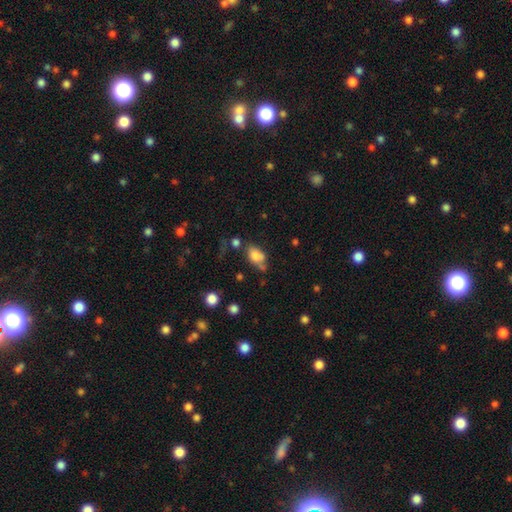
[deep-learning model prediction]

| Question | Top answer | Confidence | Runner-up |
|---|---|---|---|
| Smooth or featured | smooth | 76% | featured or disk (14%) |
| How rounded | in between | 85% | round (12%) |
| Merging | none | 44% | minor disturbance (25%) |